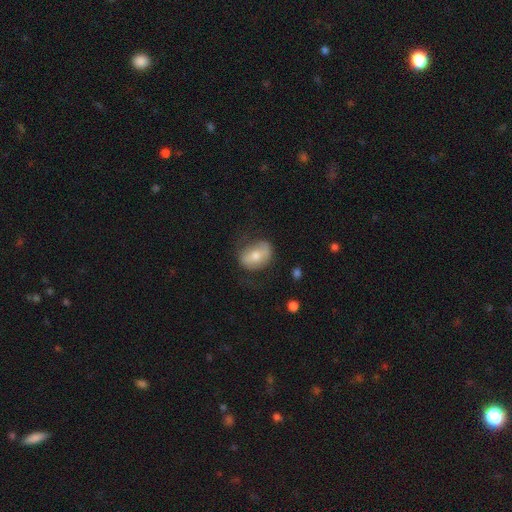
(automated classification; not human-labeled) This is possibly a smooth galaxy (57%). How rounded: likely in between (71%). Merging: possibly none (60%).